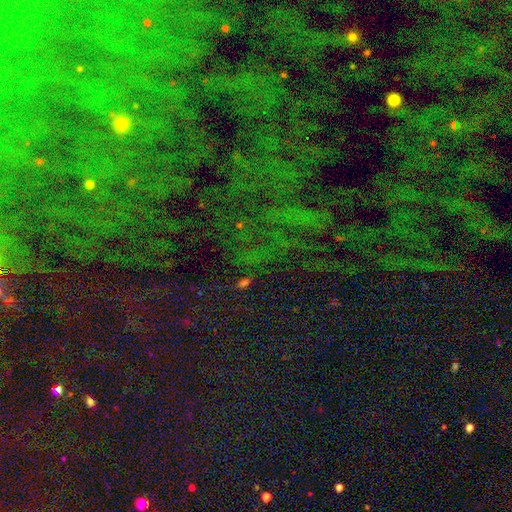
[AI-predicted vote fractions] Overall: star or artifact (79%).